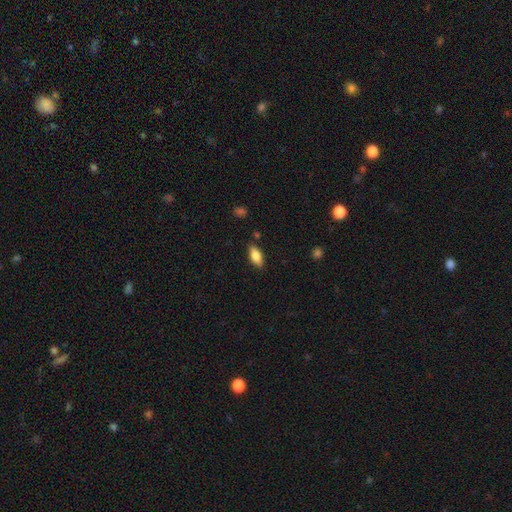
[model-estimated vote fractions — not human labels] Smooth or featured? Predicted: smooth (p=0.81). How rounded? Predicted: in between (p=0.84). Merging? Predicted: none (p=0.85).